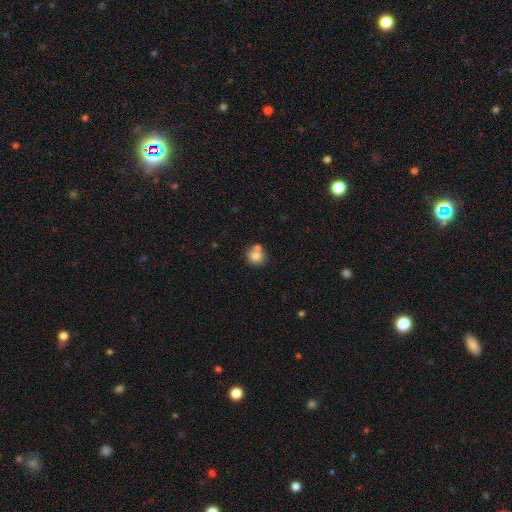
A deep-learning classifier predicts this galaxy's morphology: smooth-or-featured: smooth: 78% | featured or disk: 12% | star or artifact: 10%
  how-rounded: round: 89% | in between: 10% | cigar-shaped: 1%
  merging: none: 60% | merger: 27% | minor disturbance: 9% | major disturbance: 3%